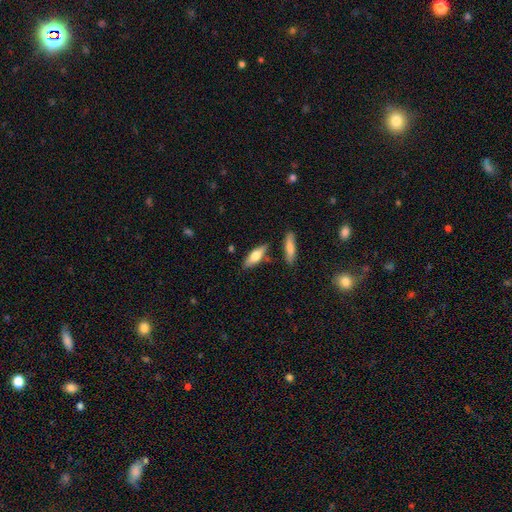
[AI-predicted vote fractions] A smooth galaxy with no disk features (62%) that is in between round and cigar-shaped (52%).

Vote fractions:
- Smooth or featured? smooth: 62% / featured or disk: 32% / star or artifact: 6%
- How rounded? in between: 52% / cigar-shaped: 45% / round: 2%
- Merging? none: 76% / minor disturbance: 13% / merger: 8% / major disturbance: 3%